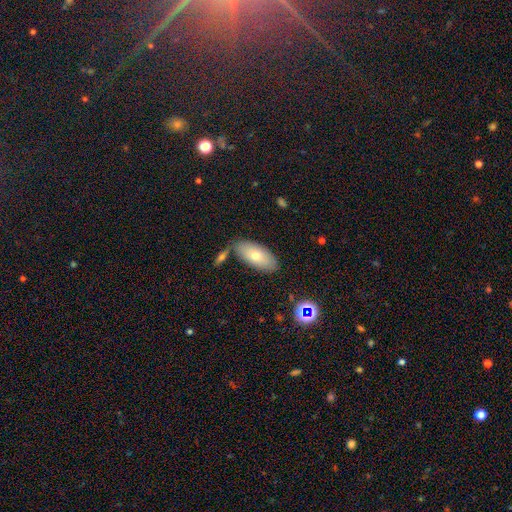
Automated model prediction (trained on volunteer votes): smooth 71%, featured or disk 22%, star or artifact 7%. Down the decision tree: how rounded — in between (91%); merging — none (76%).